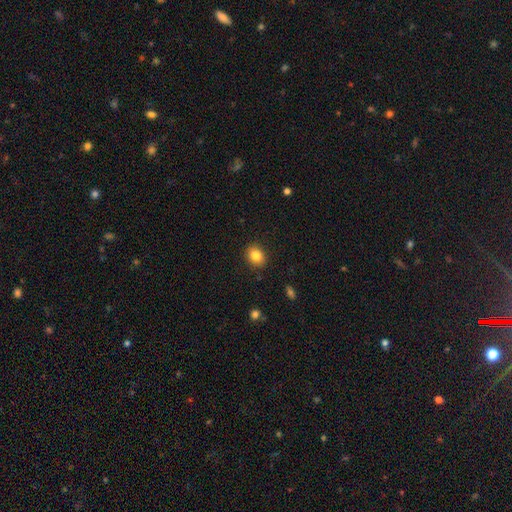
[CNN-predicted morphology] A smooth galaxy with no disk features (83%) that is round (52%).

Vote fractions:
- Smooth or featured? smooth: 83% / star or artifact: 10% / featured or disk: 7%
- How rounded? round: 52% / in between: 47% / cigar-shaped: 1%
- Merging? none: 89% / minor disturbance: 8% / major disturbance: 2% / merger: 1%